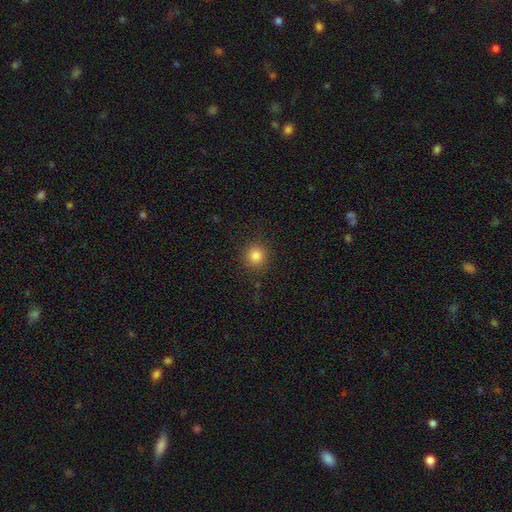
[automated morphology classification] smooth-or-featured: smooth: 84% | star or artifact: 12% | featured or disk: 4%
  how-rounded: round: 93% | in between: 6% | cigar-shaped: 1%
  merging: none: 89% | minor disturbance: 7% | major disturbance: 3% | merger: 1%